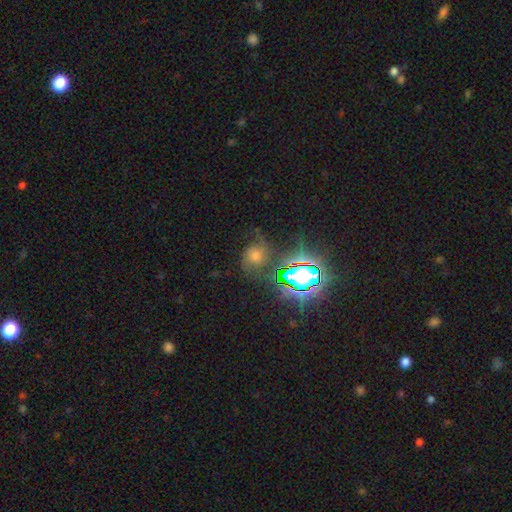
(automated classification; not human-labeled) A star or artifact, not a galaxy (36%).